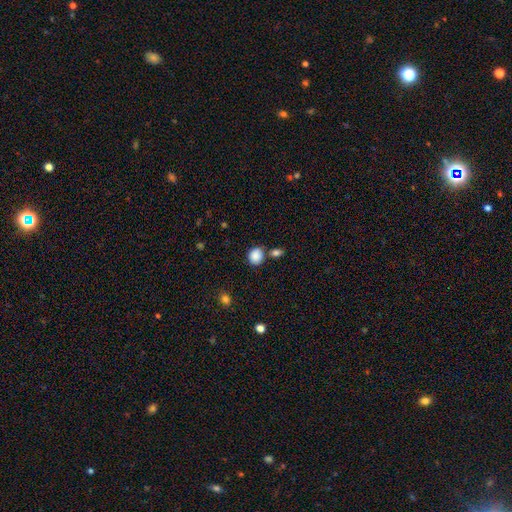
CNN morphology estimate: This is clearly a smooth galaxy (88%). How rounded: likely round (70%). Merging: likely none (70%).